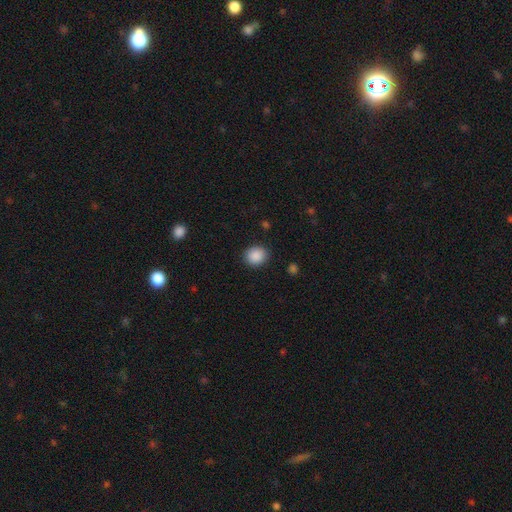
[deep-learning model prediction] This is clearly a smooth galaxy (89%). How rounded: likely round (78%). Merging: clearly none (89%).